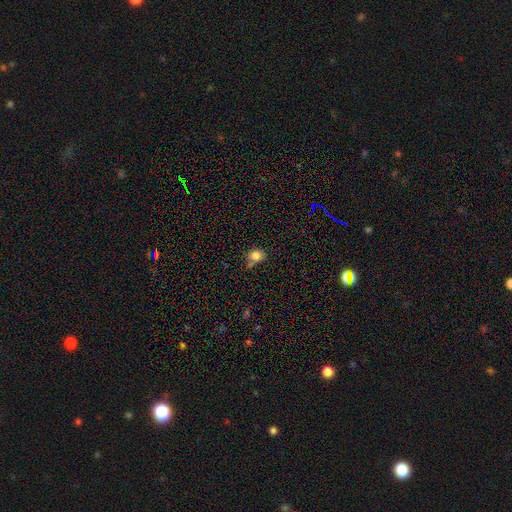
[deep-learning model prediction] smooth 80%, star or artifact 12%, featured or disk 8%. Down the decision tree: how rounded — round (67%); merging — none (54%).